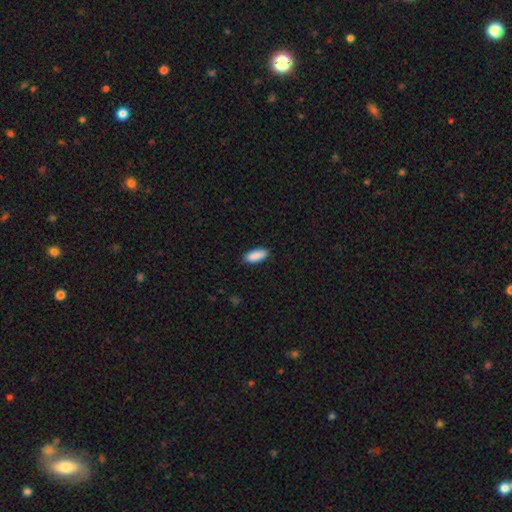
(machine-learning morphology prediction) smooth 90%, star or artifact 6%, featured or disk 4%. Down the decision tree: how rounded — in between (77%); merging — none (87%).